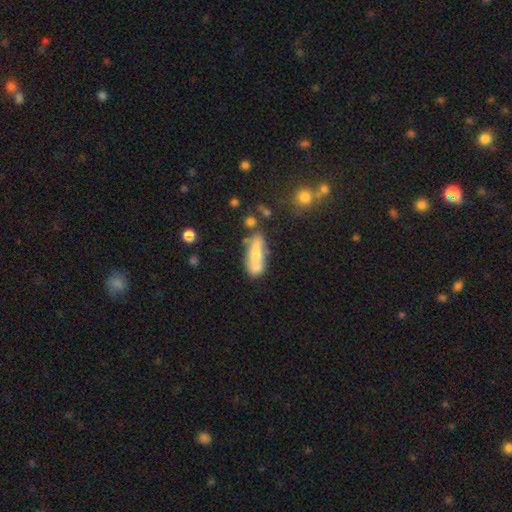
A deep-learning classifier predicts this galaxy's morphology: Smooth or featured? Predicted: smooth (p=0.62). How rounded? Predicted: cigar-shaped (p=0.50). Merging? Predicted: none (p=0.52).